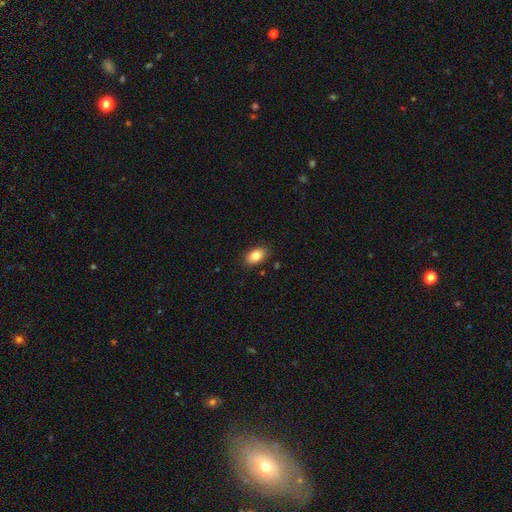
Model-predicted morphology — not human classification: smooth_or_featured: smooth (p=0.83) [alt: featured or disk p=0.10]
how_rounded: in between (p=0.89) [alt: round p=0.10]
merging: none (p=0.87) [alt: minor disturbance p=0.09]